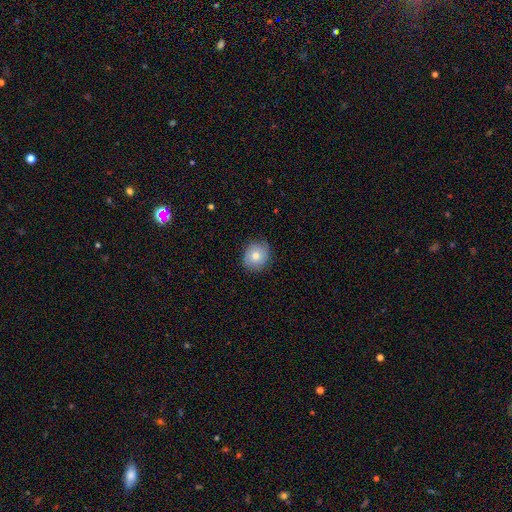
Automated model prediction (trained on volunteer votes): Smooth or featured: smooth — 66% (featured or disk — 25%)
How rounded: round — 78% (in between — 21%)
Merging: none — 83% (minor disturbance — 13%)